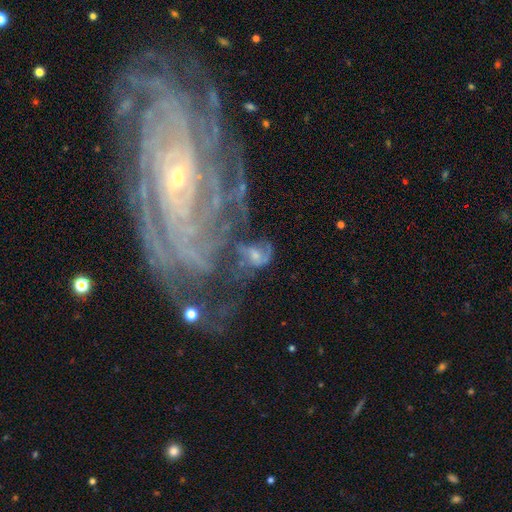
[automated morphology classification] type=featured or disk (60%); edge-on=no (96%); bar=no (57%); spiral arms=yes (73%); bulge=moderate (39%); merging=major disturbance (30%).